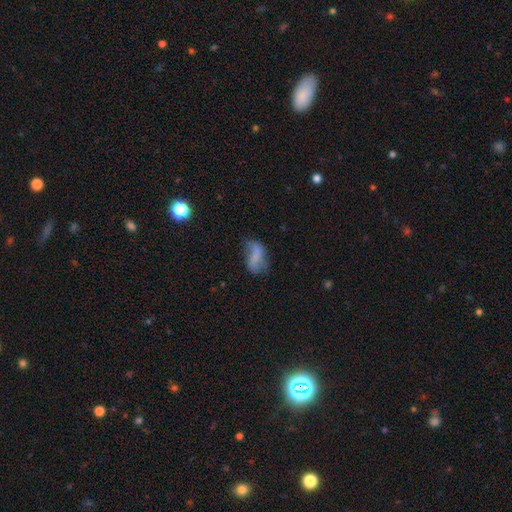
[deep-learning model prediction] This is possibly a smooth galaxy (52%). How rounded: clearly in between (87%). Merging: marginally none (40%).